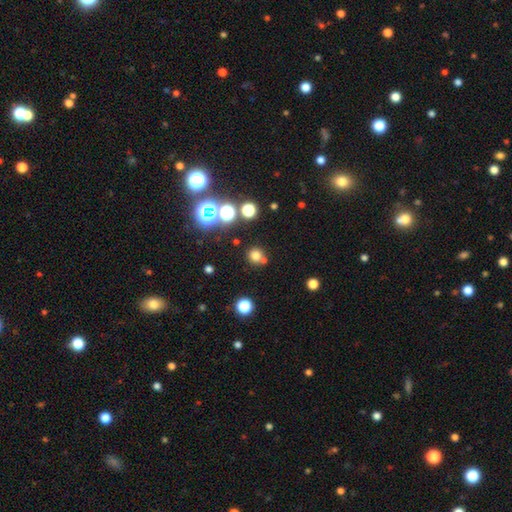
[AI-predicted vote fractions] smooth 72%, star or artifact 21%, featured or disk 7%. Down the decision tree: how rounded — round (92%); merging — none (74%).